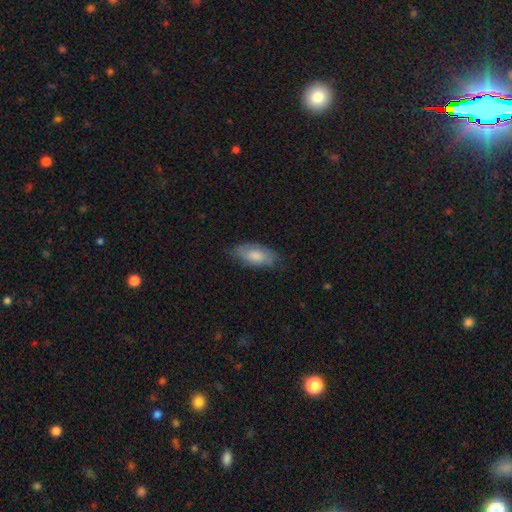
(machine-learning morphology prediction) The model was most divided on "merging": none: 71%, minor disturbance: 23%, major disturbance: 5%, merger: 1%. More confident: how rounded — in between (88%); smooth or featured — smooth (75%).